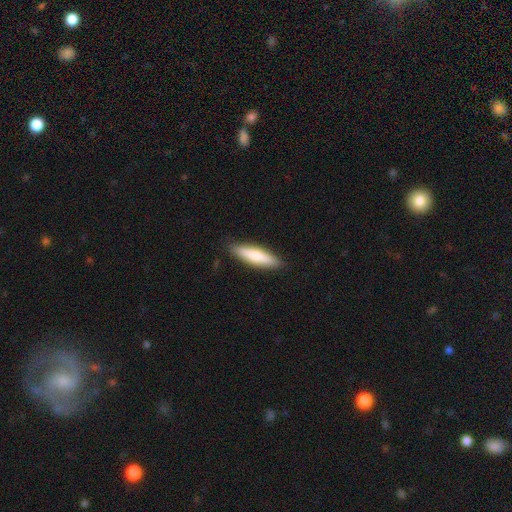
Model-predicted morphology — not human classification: Smooth or featured? Predicted: smooth (p=0.70). How rounded? Predicted: cigar-shaped (p=0.74). Merging? Predicted: none (p=0.89).